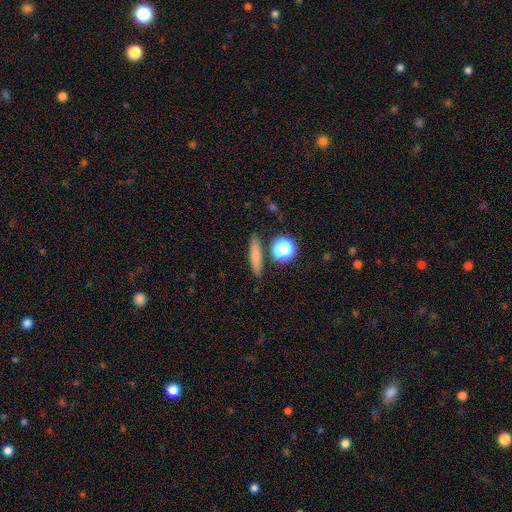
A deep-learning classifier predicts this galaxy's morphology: A smooth galaxy with no disk features (73%) that is cigar-shaped (72%). Merging: none (84%).